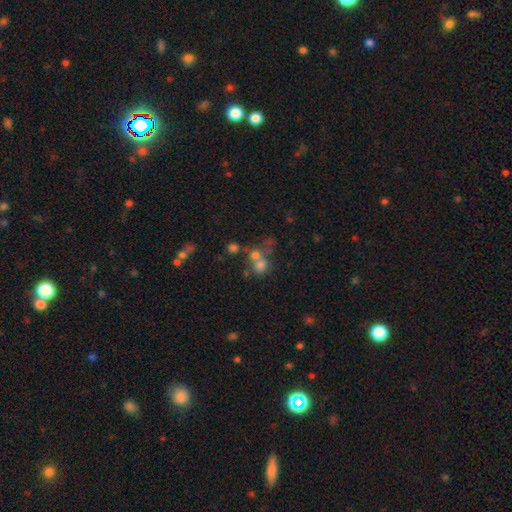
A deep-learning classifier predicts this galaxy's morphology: A smooth galaxy with no disk features (63%) that is round (75%).

Vote fractions:
- Smooth or featured? smooth: 63% / featured or disk: 19% / star or artifact: 18%
- How rounded? round: 75% / in between: 24% / cigar-shaped: 1%
- Merging? merger: 52% / none: 34% / minor disturbance: 8% / major disturbance: 7%